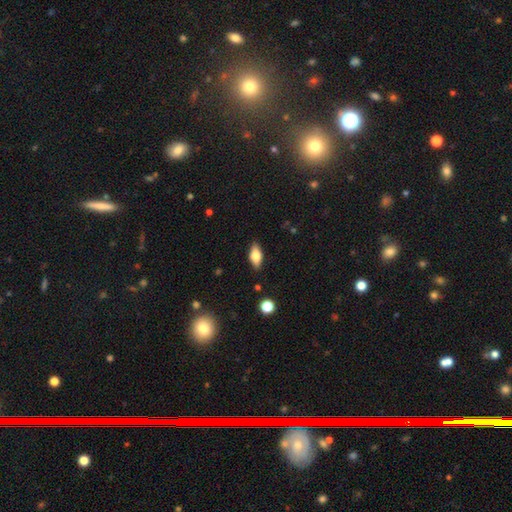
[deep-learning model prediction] Smooth or featured?
  - smooth: 71% *
  - featured or disk: 21%
  - star or artifact: 8%
How rounded?
  - in between: 83% *
  - cigar-shaped: 13%
  - round: 4%
Merging?
  - none: 86% *
  - minor disturbance: 11%
  - major disturbance: 2%
  - merger: 1%